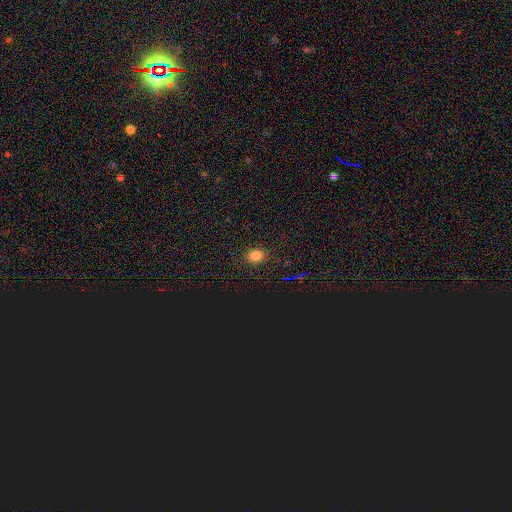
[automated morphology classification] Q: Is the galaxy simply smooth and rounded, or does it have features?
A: smooth — 77%.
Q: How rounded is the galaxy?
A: round — 64%.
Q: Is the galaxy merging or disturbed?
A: none — 88%.